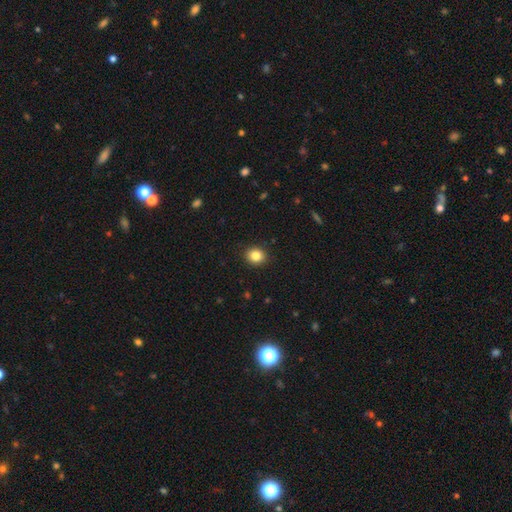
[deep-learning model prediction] smooth 84%, star or artifact 10%, featured or disk 5%. Down the decision tree: how rounded — round (76%); merging — none (91%).